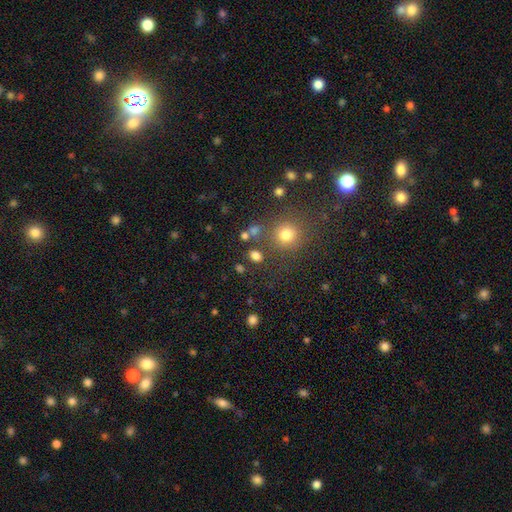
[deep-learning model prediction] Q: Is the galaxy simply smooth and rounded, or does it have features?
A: smooth — 76%.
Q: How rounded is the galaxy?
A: in between — 50%.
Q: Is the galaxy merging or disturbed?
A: none — 76%.